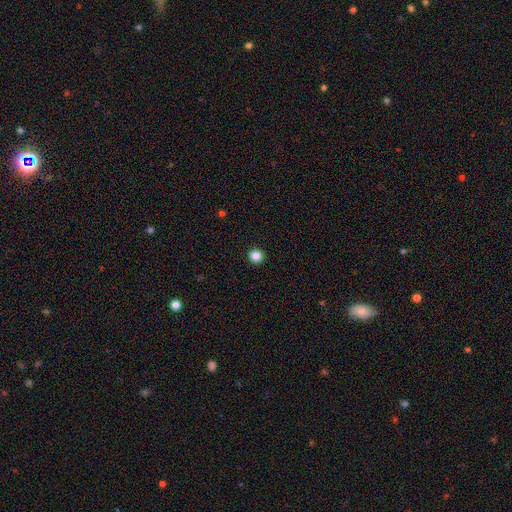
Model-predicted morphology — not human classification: The model was most divided on "smooth or featured": smooth: 85%, star or artifact: 12%, featured or disk: 3%. More confident: how rounded — round (94%); merging — none (94%).